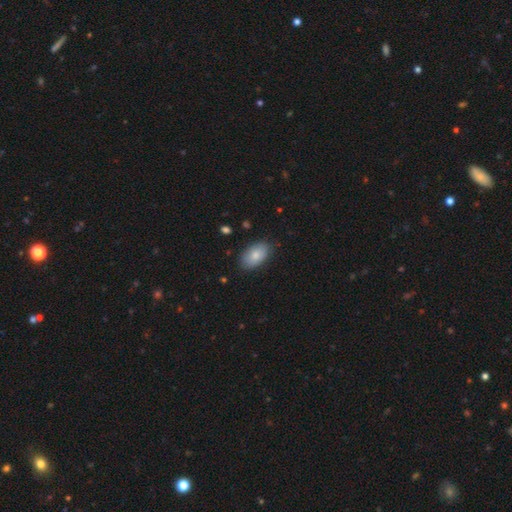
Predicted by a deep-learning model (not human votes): Morphology: type=smooth (83%); roundness=in between (93%); merging=none (84%).